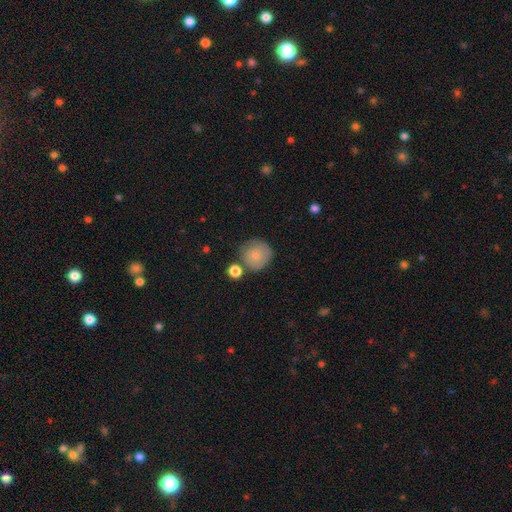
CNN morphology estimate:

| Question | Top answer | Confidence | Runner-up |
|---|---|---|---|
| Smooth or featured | smooth | 78% | featured or disk (14%) |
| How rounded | round | 90% | in between (9%) |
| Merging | none | 62% | minor disturbance (20%) |